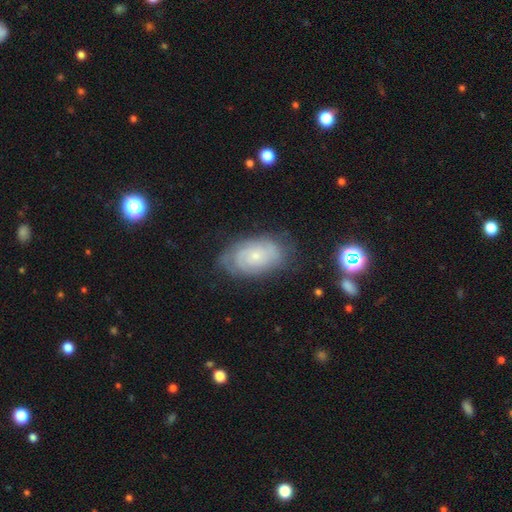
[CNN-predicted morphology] A featured or disk galaxy (70%) with no bar (79%), tight (69%) spiral arms (87%) and a small central bulge (76%).

Vote fractions:
- Smooth or featured? featured or disk: 70% / smooth: 23% / star or artifact: 7%
- Edge-on disk? no: 96% / yes: 4%
- Bar? no: 79% / weak: 18% / strong: 3%
- Spiral arms? yes: 87% / no: 13%
- Spiral winding? tight: 69% / medium: 24% / loose: 7%
- Spiral arm count? can't tell: 45% / 2: 32% / 3: 11% / 1: 5% / 4: 4% / more than 4: 3%
- Bulge size? small: 76% / moderate: 19% / none: 3% / large: 1% / dominant: 1%
- Merging? none: 71% / minor disturbance: 20% / major disturbance: 7% / merger: 2%